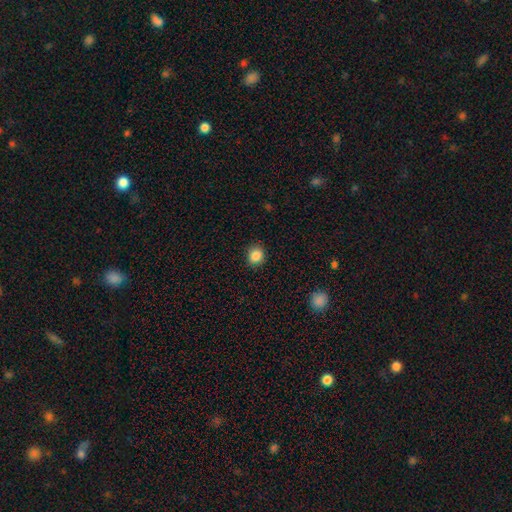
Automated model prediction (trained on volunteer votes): Morphology: type=smooth (86%); roundness=round (76%); merging=none (89%).